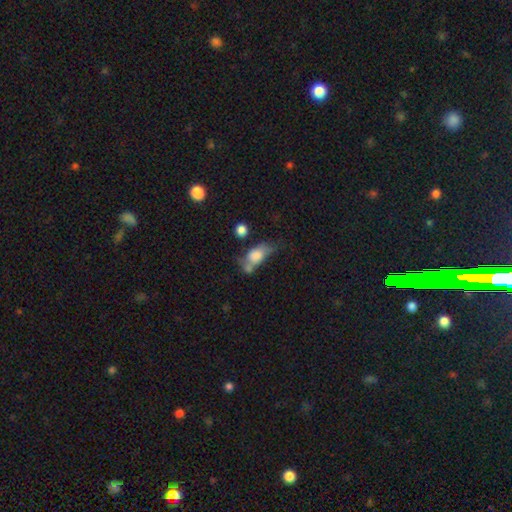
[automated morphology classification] Q: Smooth or featured?
A: smooth (68%); runner-up: featured or disk (23%)
Q: How rounded?
A: in between (78%); runner-up: round (15%)
Q: Merging?
A: merger (30%); runner-up: none (25%)